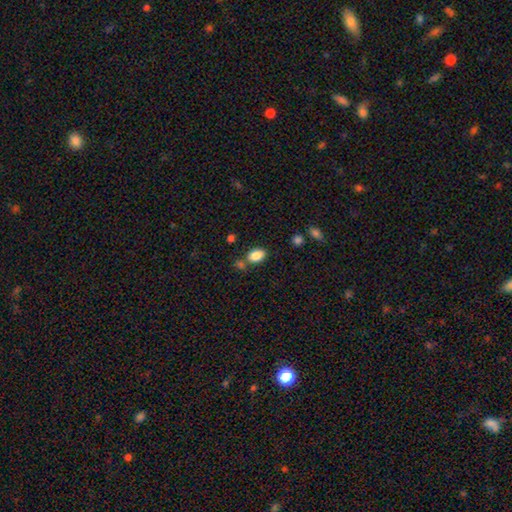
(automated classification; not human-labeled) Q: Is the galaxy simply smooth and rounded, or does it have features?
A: smooth — 86%.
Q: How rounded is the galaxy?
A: in between — 88%.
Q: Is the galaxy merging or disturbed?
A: none — 66%.